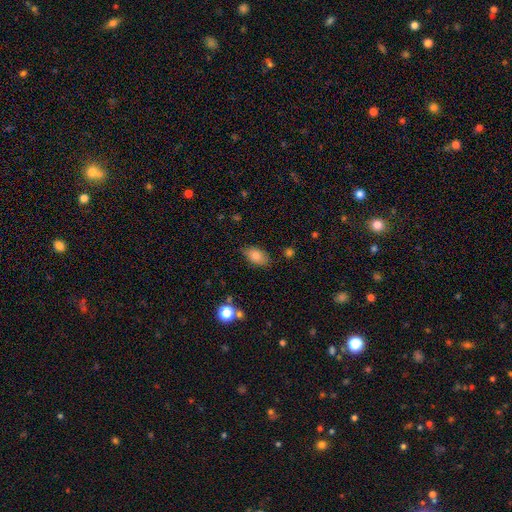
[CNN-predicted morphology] This is likely a smooth galaxy (79%). How rounded: clearly in between (90%). Merging: likely none (79%).